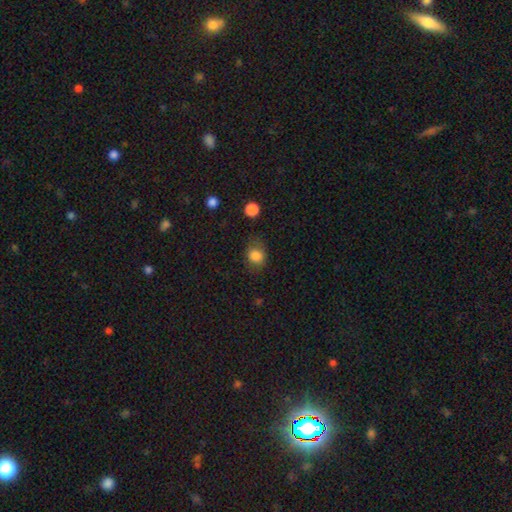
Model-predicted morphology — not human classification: The model was most divided on "how rounded": round: 61%, in between: 38%, cigar-shaped: 1%. More confident: smooth or featured — smooth (83%); merging — none (64%).